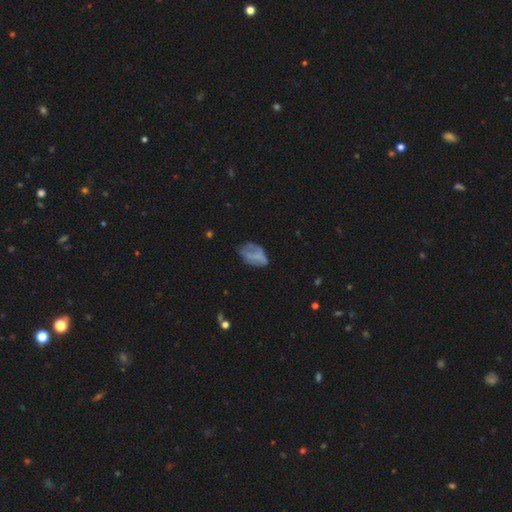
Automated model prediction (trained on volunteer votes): This appears to be a smooth galaxy with no disk features (50%) that is in between round and cigar-shaped (88%). Merging: none (42%).